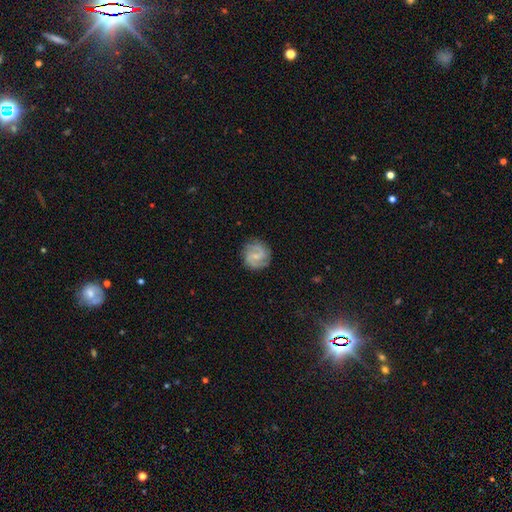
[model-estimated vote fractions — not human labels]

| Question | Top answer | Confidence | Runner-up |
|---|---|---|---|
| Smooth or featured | featured or disk | 72% | smooth (21%) |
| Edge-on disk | no | 98% | yes (2%) |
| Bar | weak | 54% | no (33%) |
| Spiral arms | yes | 94% | no (6%) |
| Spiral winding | medium | 49% | tight (31%) |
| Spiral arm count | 2 | 68% | 3 (12%) |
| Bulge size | small | 63% | moderate (23%) |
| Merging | none | 82% | minor disturbance (13%) |